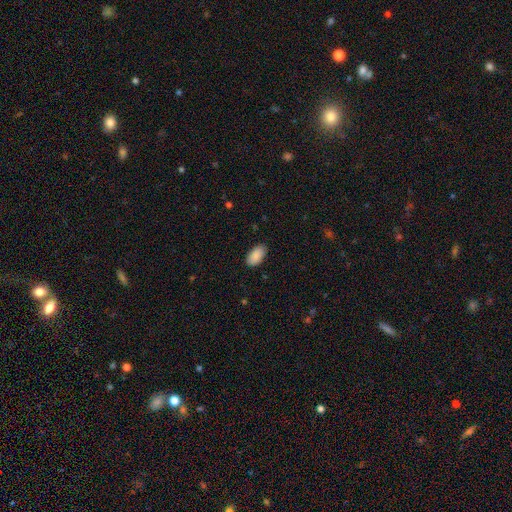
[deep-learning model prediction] smooth-or-featured: smooth: 90% | star or artifact: 6% | featured or disk: 4%
  how-rounded: in between: 95% | round: 3% | cigar-shaped: 2%
  merging: none: 87% | minor disturbance: 10% | major disturbance: 2% | merger: 1%